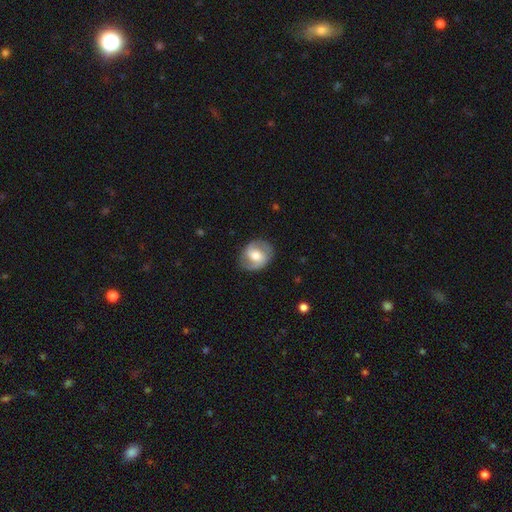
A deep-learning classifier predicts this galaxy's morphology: A featured or disk galaxy (66%) with a weak bar (43%), 2 (87%) medium (47%) spiral arms (83%) and a moderate central bulge (67%). Merging: none (81%).